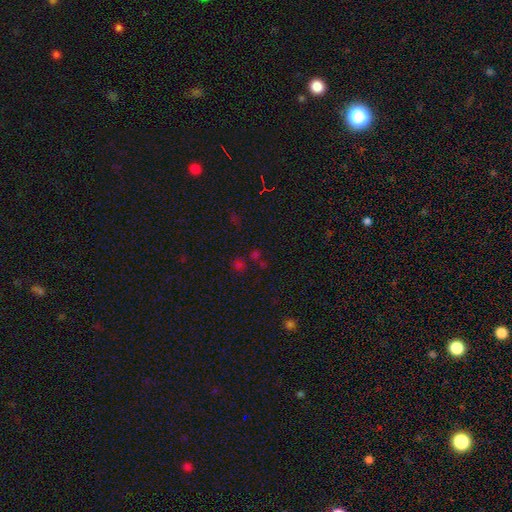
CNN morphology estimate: Q: Smooth or featured?
A: star or artifact (52%); runner-up: smooth (40%)